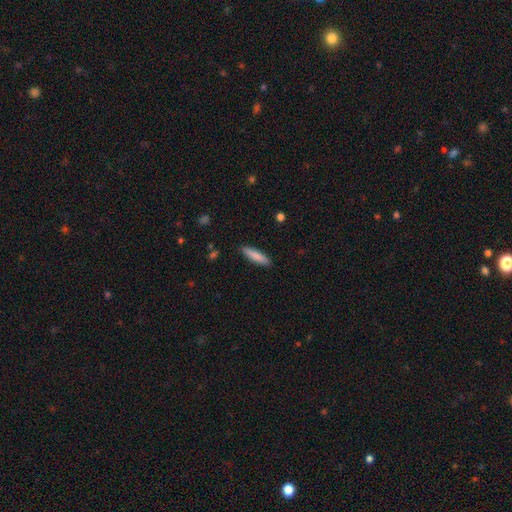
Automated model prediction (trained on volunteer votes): Smooth or featured: smooth — 84% (featured or disk — 10%)
How rounded: cigar-shaped — 75% (in between — 23%)
Merging: none — 89% (minor disturbance — 8%)